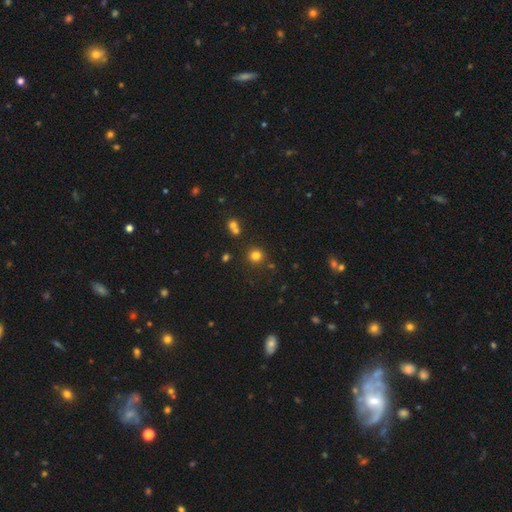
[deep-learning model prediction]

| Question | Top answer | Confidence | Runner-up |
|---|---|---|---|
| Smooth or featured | smooth | 78% | star or artifact (16%) |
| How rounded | round | 91% | in between (9%) |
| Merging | none | 83% | minor disturbance (8%) |